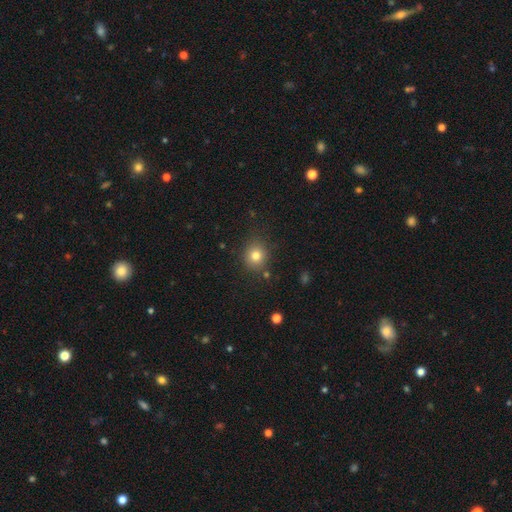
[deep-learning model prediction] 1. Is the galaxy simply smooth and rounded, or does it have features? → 79% smooth, 13% star or artifact, 8% featured or disk.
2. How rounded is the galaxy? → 81% round, 18% in between, 1% cigar-shaped.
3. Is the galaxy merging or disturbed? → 83% none, 11% minor disturbance, 3% merger, 3% major disturbance.